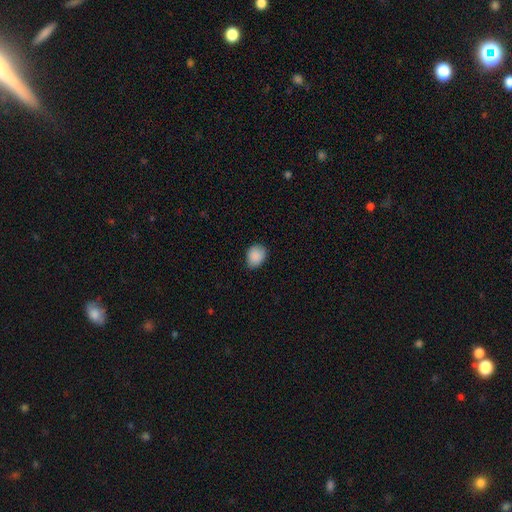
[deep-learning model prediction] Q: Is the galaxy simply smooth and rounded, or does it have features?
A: smooth — 89%.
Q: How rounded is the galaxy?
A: in between — 55%.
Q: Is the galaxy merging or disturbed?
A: none — 77%.